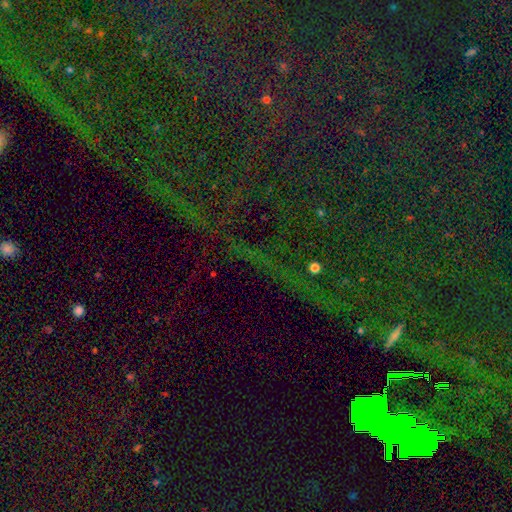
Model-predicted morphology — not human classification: smooth-or-featured: star or artifact: 83% | featured or disk: 9% | smooth: 9%